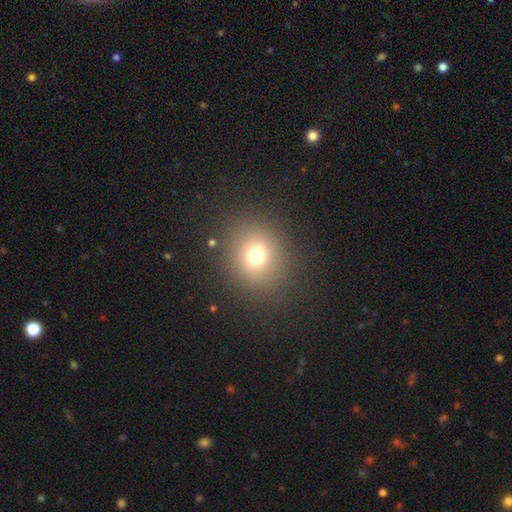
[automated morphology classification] This is likely a smooth galaxy (66%). How rounded: clearly round (82%). Merging: clearly none (83%).